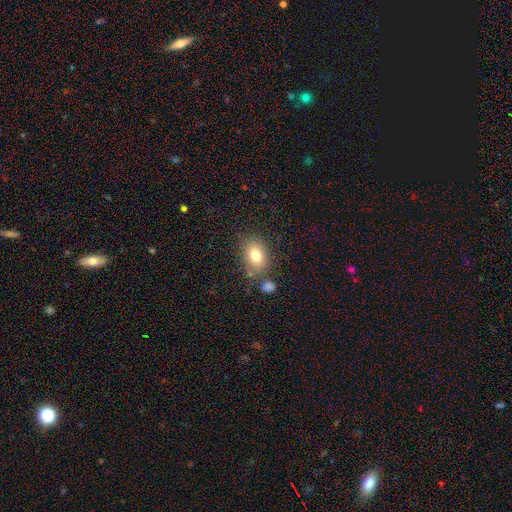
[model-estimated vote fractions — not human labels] This is likely a smooth galaxy (77%). How rounded: likely in between (72%). Merging: likely none (73%).